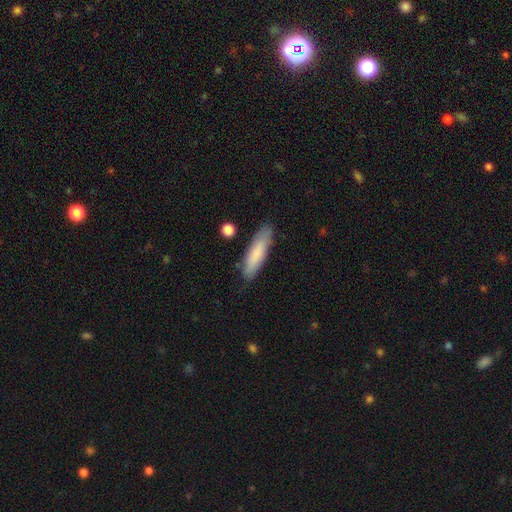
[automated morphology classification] This appears to be a smooth galaxy with no disk features (81%) that is cigar-shaped (70%). Merging: none (82%).